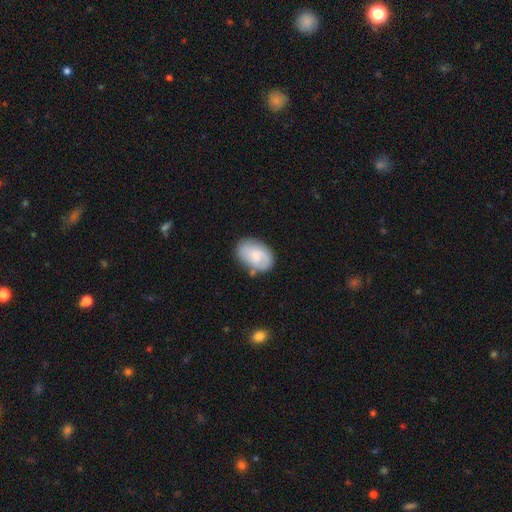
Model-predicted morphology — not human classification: type=smooth (55%); roundness=in between (86%); merging=none (72%).